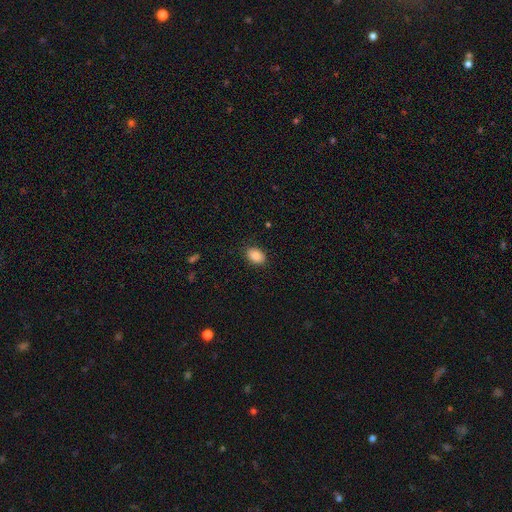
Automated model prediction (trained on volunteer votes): A smooth galaxy with no disk features (86%) that is in between round and cigar-shaped (80%). Merging: none (87%).